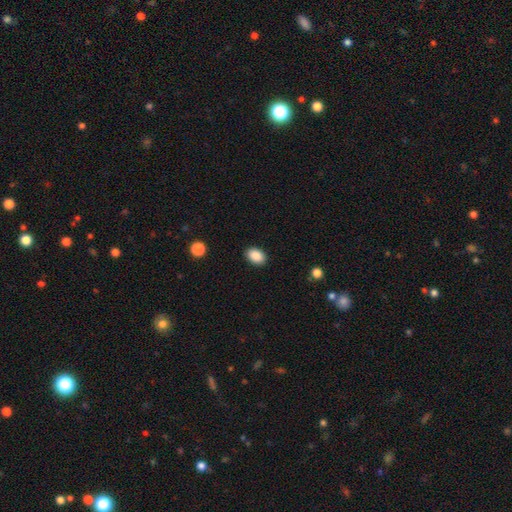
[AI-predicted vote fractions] Smooth or featured? Predicted: smooth (p=0.89). How rounded? Predicted: in between (p=0.82). Merging? Predicted: none (p=0.89).